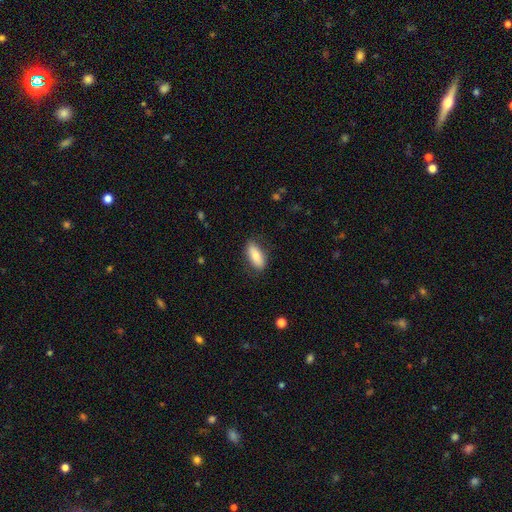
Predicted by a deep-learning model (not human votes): smooth-or-featured: smooth: 76% | featured or disk: 18% | star or artifact: 6%
  how-rounded: in between: 82% | cigar-shaped: 16% | round: 3%
  merging: none: 80% | minor disturbance: 15% | major disturbance: 4% | merger: 1%